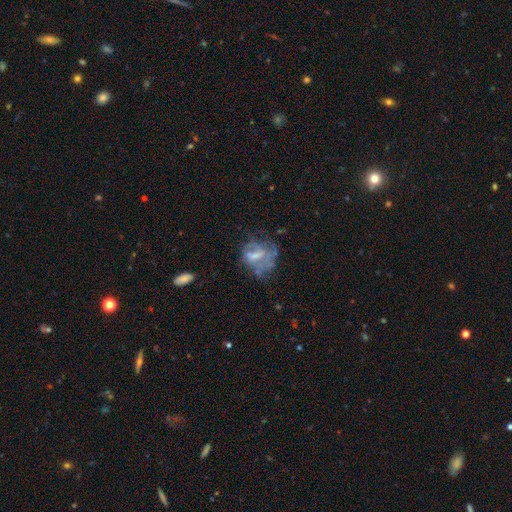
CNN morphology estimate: The model was most divided on "bulge size": small: 36%, moderate: 32%, none: 28%, large: 3%, dominant: 1%. Remaining: edge-on disk — no (96%); spiral arms — no (66%); smooth or featured — featured or disk (56%); bar — no (53%); merging — none (44%).